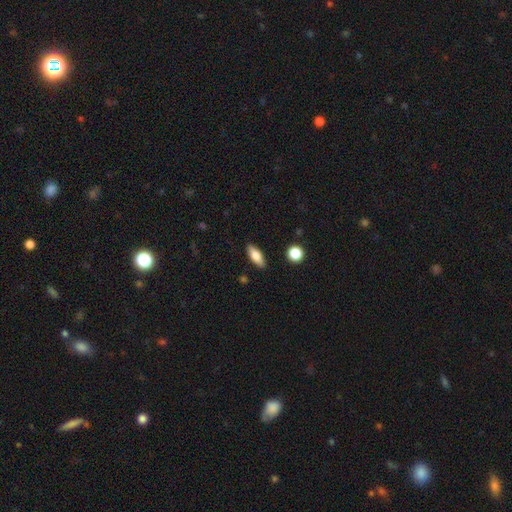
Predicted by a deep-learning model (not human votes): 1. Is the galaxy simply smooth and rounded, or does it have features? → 73% smooth, 20% featured or disk, 7% star or artifact.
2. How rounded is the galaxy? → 70% in between, 27% cigar-shaped, 4% round.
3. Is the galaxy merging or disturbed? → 87% none, 9% minor disturbance, 2% major disturbance, 2% merger.